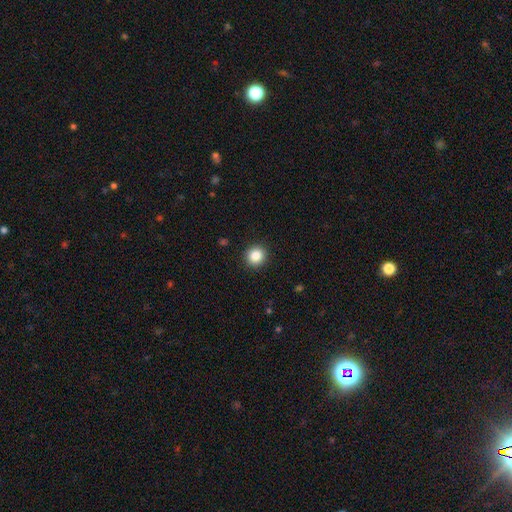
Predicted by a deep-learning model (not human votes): smooth-or-featured: smooth: 86% | star or artifact: 10% | featured or disk: 4%
  how-rounded: round: 92% | in between: 8% | cigar-shaped: 1%
  merging: none: 92% | minor disturbance: 5% | major disturbance: 2% | merger: 1%